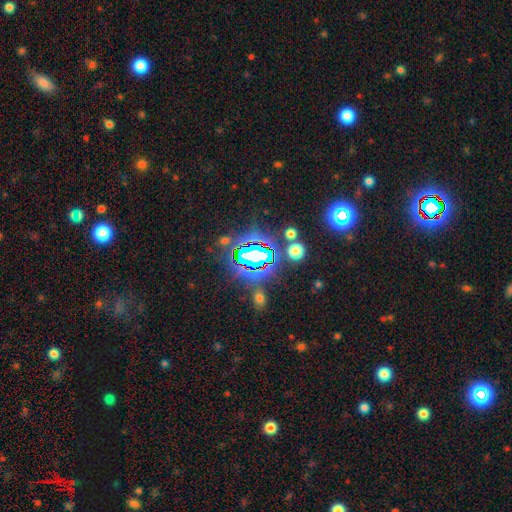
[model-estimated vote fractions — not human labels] Morphology: type=star or artifact (71%).